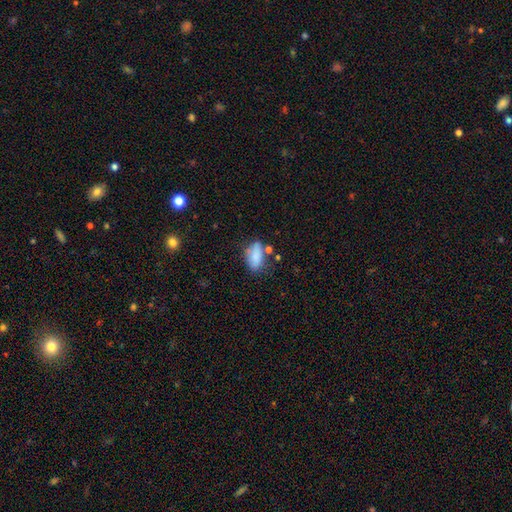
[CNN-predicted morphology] smooth 82%, featured or disk 10%, star or artifact 8%. Down the decision tree: how rounded — in between (88%); merging — none (56%).